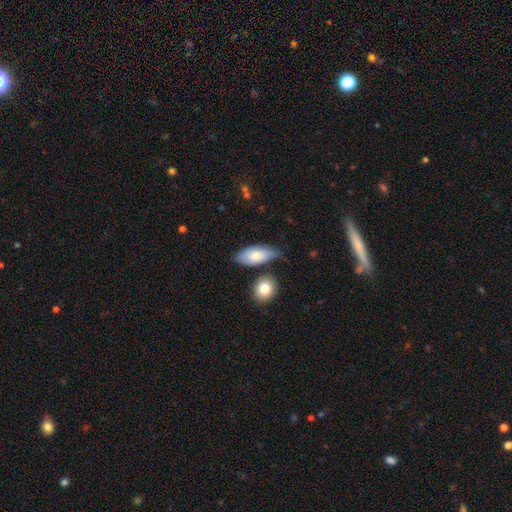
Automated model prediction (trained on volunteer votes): A smooth galaxy with no disk features (68%) that is in between round and cigar-shaped (89%).

Vote fractions:
- Smooth or featured? smooth: 68% / featured or disk: 26% / star or artifact: 6%
- How rounded? in between: 89% / cigar-shaped: 7% / round: 4%
- Merging? none: 55% / minor disturbance: 29% / merger: 10% / major disturbance: 7%